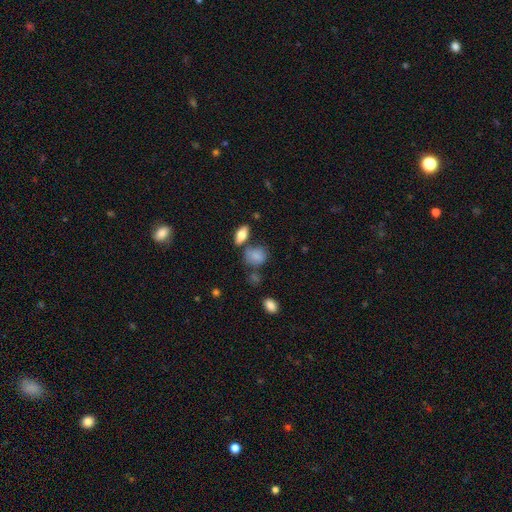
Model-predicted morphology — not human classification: Q: Smooth or featured?
A: smooth (80%); runner-up: featured or disk (11%)
Q: How rounded?
A: in between (52%); runner-up: round (46%)
Q: Merging?
A: none (54%); runner-up: minor disturbance (23%)